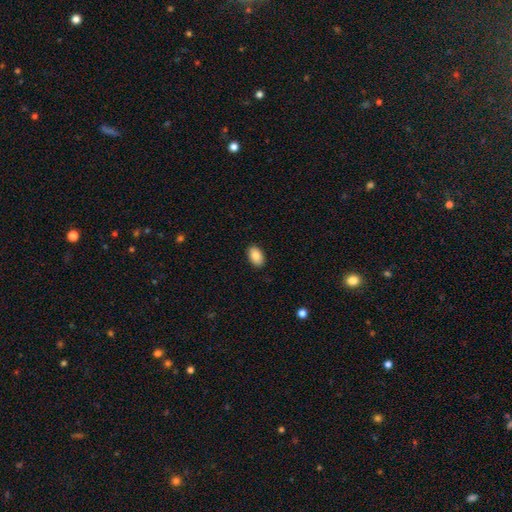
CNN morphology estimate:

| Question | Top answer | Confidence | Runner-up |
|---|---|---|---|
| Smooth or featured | smooth | 86% | star or artifact (7%) |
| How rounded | in between | 92% | round (7%) |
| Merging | none | 89% | minor disturbance (8%) |